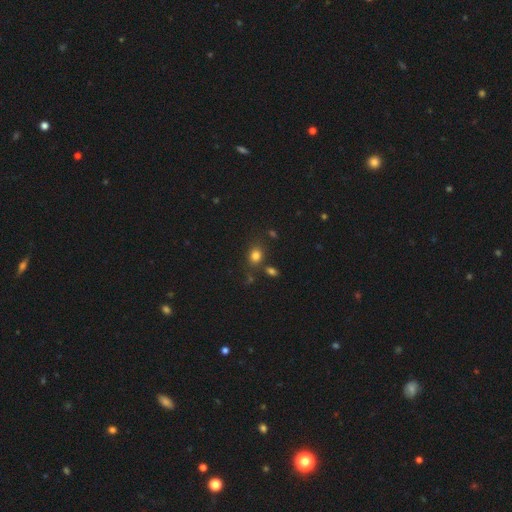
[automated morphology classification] Smooth or featured?
  - smooth: 80% *
  - star or artifact: 13%
  - featured or disk: 7%
How rounded?
  - round: 53% *
  - in between: 46%
  - cigar-shaped: 1%
Merging?
  - none: 73% *
  - minor disturbance: 13%
  - merger: 9%
  - major disturbance: 5%